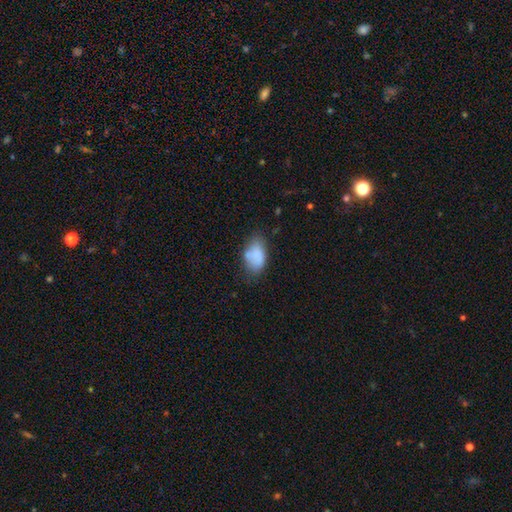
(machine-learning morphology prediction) This is likely a smooth galaxy (79%). How rounded: clearly in between (90%). Merging: possibly none (54%).